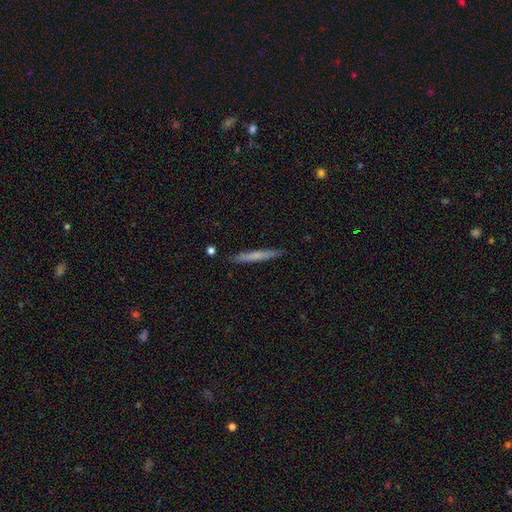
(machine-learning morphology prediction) A smooth galaxy with no disk features (64%) that is cigar-shaped (97%). Merging: none (90%).